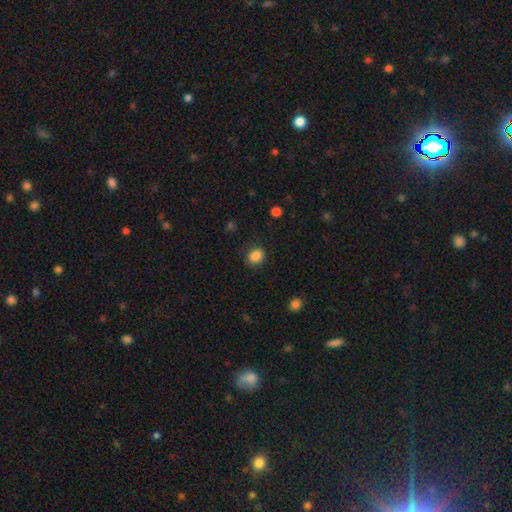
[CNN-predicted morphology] Smooth or featured?
  - smooth: 87% *
  - star or artifact: 10%
  - featured or disk: 3%
How rounded?
  - round: 71% *
  - in between: 28%
  - cigar-shaped: 1%
Merging?
  - none: 87% *
  - minor disturbance: 9%
  - major disturbance: 3%
  - merger: 1%